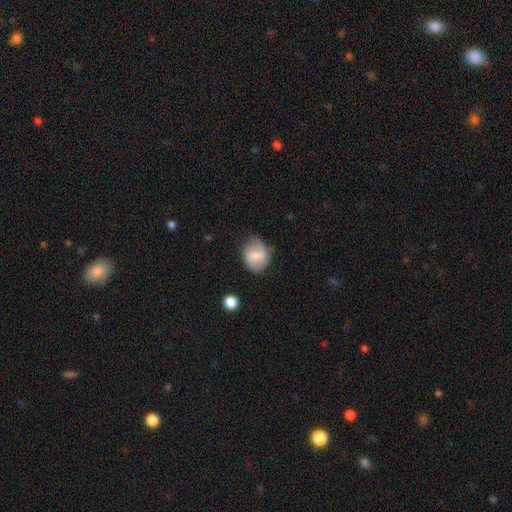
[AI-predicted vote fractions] smooth-or-featured: smooth: 63% | featured or disk: 29% | star or artifact: 7%
  how-rounded: round: 57% | in between: 42% | cigar-shaped: 1%
  merging: none: 59% | minor disturbance: 30% | major disturbance: 9% | merger: 2%